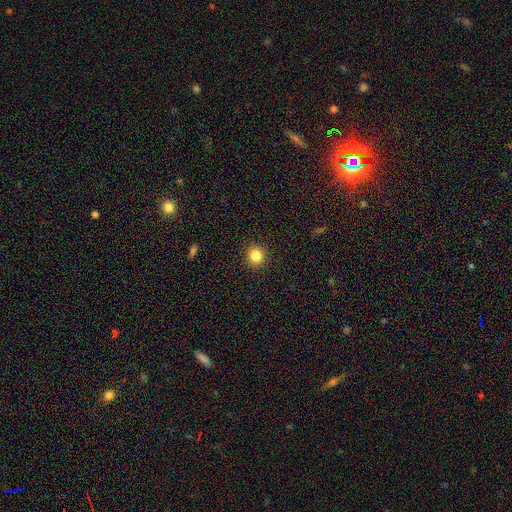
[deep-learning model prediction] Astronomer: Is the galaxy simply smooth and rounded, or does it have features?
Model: smooth — 84%.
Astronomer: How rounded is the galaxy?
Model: round — 88%.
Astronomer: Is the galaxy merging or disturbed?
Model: none — 92%.